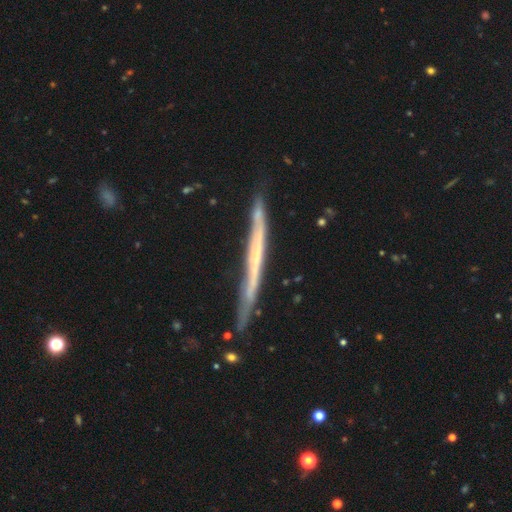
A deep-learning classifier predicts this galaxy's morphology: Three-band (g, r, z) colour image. It shows a featured or disk galaxy (66%) viewed edge-on (95%) with no central bulge (85%). Merging: none (75%).